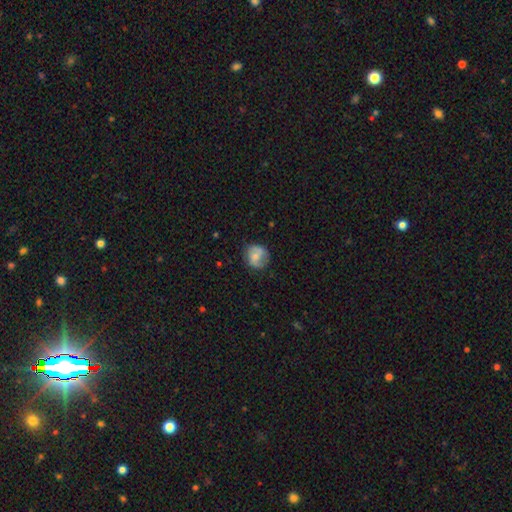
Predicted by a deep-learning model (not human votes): Morphology: type=smooth (60%); roundness=round (80%); merging=none (70%).